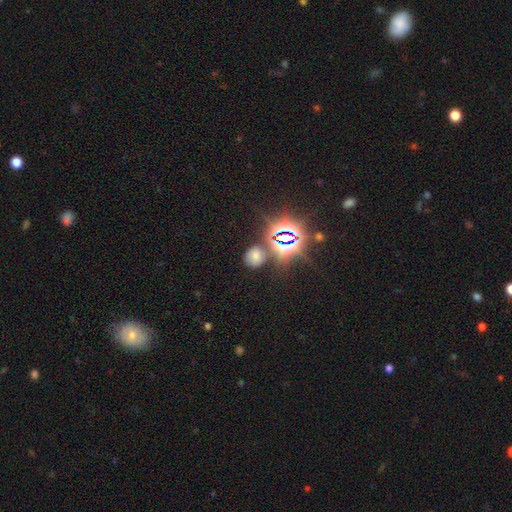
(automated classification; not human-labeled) A smooth galaxy with no disk features (54%) that is round (67%).

Vote fractions:
- Smooth or featured? smooth: 54% / star or artifact: 36% / featured or disk: 9%
- How rounded? round: 67% / in between: 32% / cigar-shaped: 2%
- Merging? none: 75% / minor disturbance: 13% / merger: 7% / major disturbance: 5%